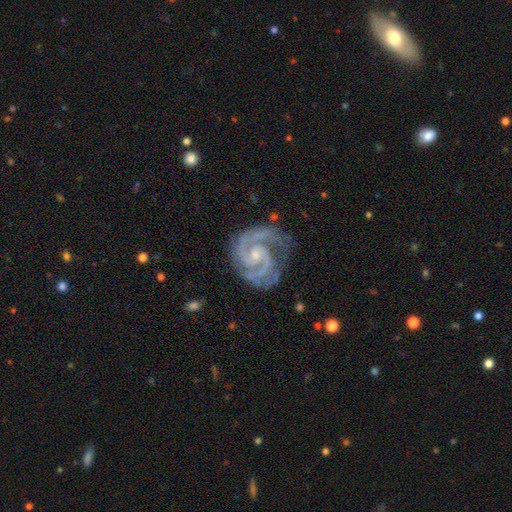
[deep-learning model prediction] A featured or disk galaxy (94%) with no bar (59%), 2 (84%) tight (53%) spiral arms (99%) and a small central bulge (67%).

Vote fractions:
- Smooth or featured? featured or disk: 94% / star or artifact: 4% / smooth: 2%
- Edge-on disk? no: 98% / yes: 2%
- Bar? no: 59% / weak: 33% / strong: 8%
- Spiral arms? yes: 99% / no: 1%
- Spiral winding? tight: 53% / medium: 43% / loose: 4%
- Spiral arm count? 2: 84% / 3: 9% / can't tell: 2% / 4: 2% / 1: 1% / more than 4: 1%
- Bulge size? small: 67% / moderate: 26% / none: 5% / large: 1% / dominant: 1%
- Merging? none: 73% / minor disturbance: 19% / major disturbance: 7% / merger: 2%